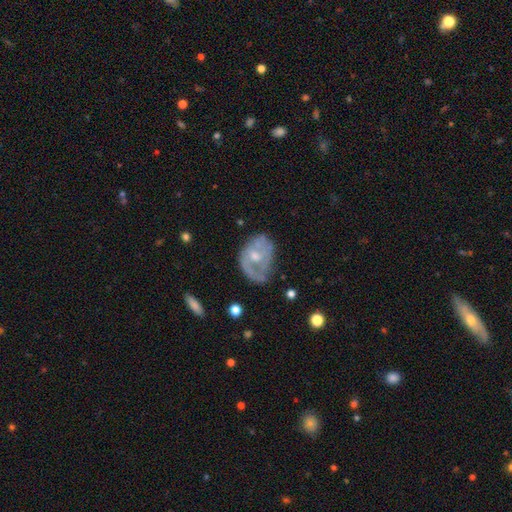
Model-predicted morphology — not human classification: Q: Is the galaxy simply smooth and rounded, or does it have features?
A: featured or disk — 67%.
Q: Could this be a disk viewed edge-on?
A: no — 96%.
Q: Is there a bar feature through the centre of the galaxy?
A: no — 70%.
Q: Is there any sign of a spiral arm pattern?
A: yes — 61%.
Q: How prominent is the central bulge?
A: moderate — 50%.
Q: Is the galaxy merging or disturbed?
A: none — 46%.